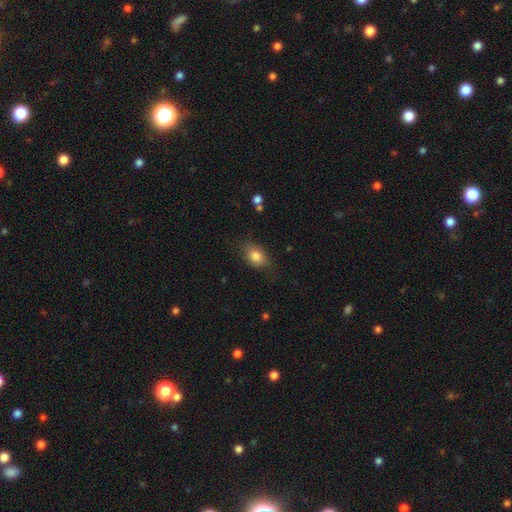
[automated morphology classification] Smooth or featured? smooth (81%)
How rounded? in between (80%)
Merging? none (72%)